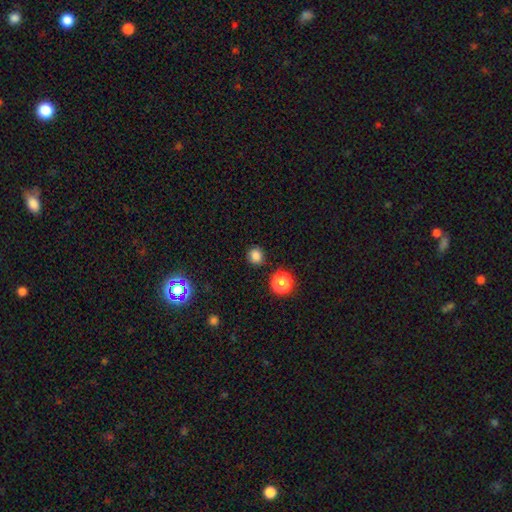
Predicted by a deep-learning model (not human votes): This is clearly a smooth galaxy (81%). How rounded: clearly round (88%). Merging: clearly none (87%).